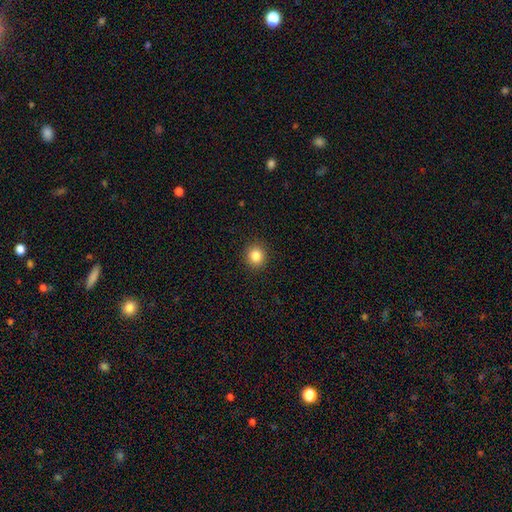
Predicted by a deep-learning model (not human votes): The model was most divided on "smooth or featured": smooth: 84%, star or artifact: 11%, featured or disk: 5%. More confident: merging — none (92%); how rounded — round (89%).